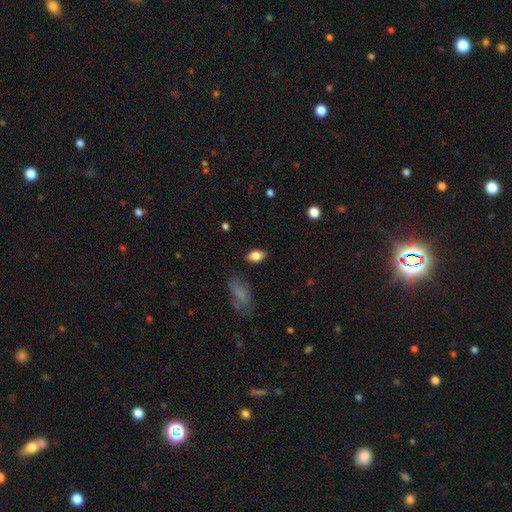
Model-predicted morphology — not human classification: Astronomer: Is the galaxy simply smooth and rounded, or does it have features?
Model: smooth — 82%.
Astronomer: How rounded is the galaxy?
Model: in between — 88%.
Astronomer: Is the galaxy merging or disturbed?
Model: none — 83%.